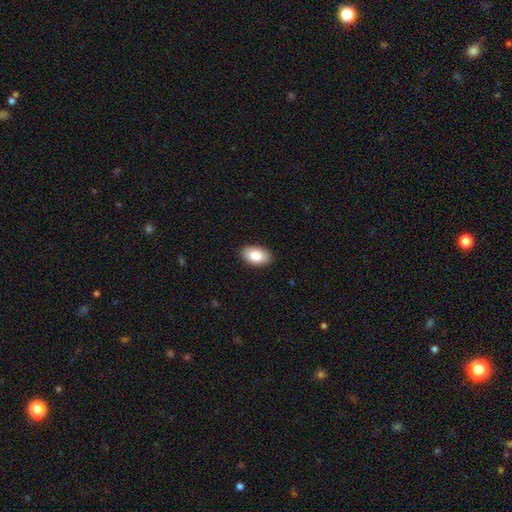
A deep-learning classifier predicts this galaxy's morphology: Overall: smooth (83%). How rounded: in between (93%). Merging: none (89%).